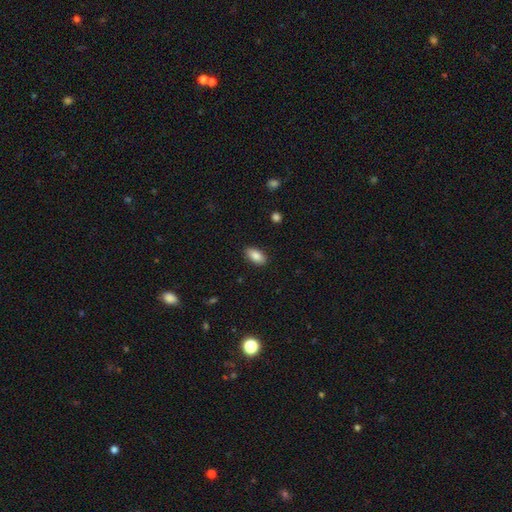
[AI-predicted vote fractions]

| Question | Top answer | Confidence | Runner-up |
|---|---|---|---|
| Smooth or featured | smooth | 85% | featured or disk (8%) |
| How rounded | in between | 90% | cigar-shaped (7%) |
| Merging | none | 89% | minor disturbance (8%) |